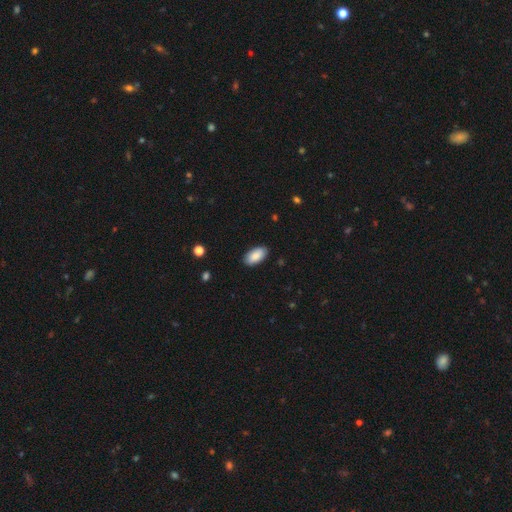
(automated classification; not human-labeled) The model was most divided on "merging": none: 89%, minor disturbance: 9%, major disturbance: 2%, merger: 1%. More confident: how rounded — in between (95%); smooth or featured — smooth (88%).